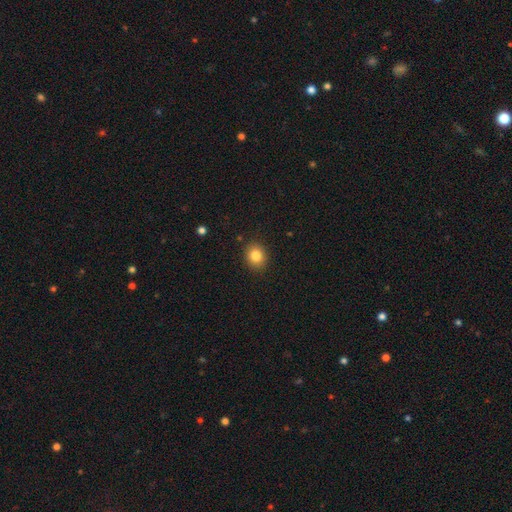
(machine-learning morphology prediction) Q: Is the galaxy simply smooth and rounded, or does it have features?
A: smooth — 83%.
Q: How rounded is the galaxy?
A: round — 69%.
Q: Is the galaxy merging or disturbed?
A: none — 88%.